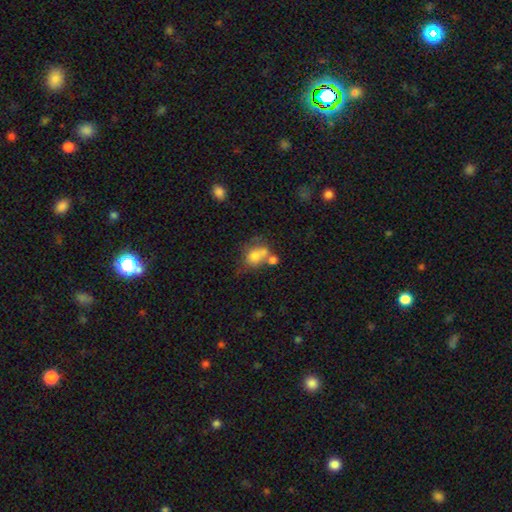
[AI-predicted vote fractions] Morphology: type=smooth (69%); roundness=round (52%); merging=merger (45%).